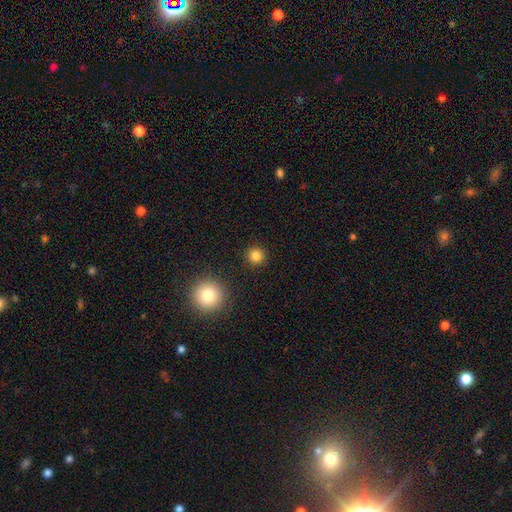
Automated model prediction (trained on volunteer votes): A smooth galaxy with no disk features (82%) that is round (95%). Merging: none (91%).